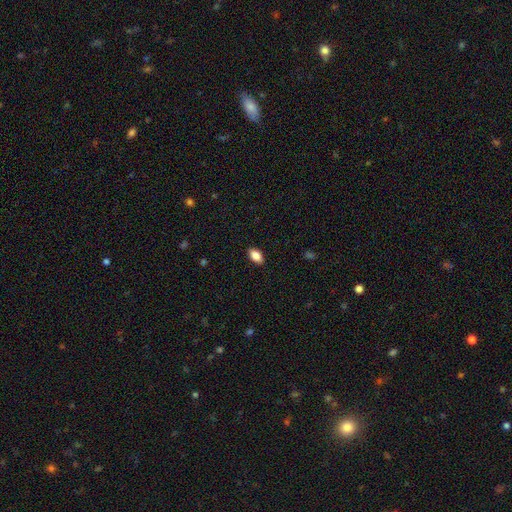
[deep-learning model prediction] This is clearly a smooth galaxy (86%). How rounded: clearly in between (91%). Merging: clearly none (89%).